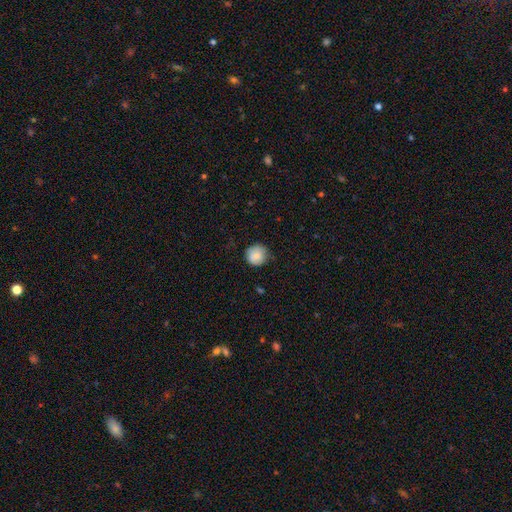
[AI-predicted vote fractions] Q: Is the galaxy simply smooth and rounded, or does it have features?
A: smooth — 82%.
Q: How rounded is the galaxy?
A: round — 93%.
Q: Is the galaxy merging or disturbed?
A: none — 77%.